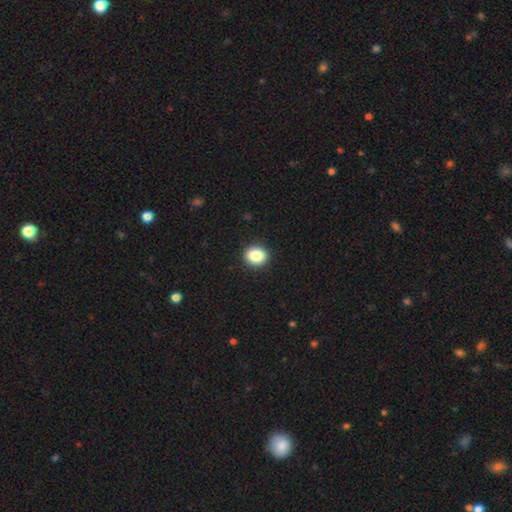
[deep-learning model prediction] A smooth galaxy with no disk features (86%) that is round (70%).

Vote fractions:
- Smooth or featured? smooth: 86% / star or artifact: 9% / featured or disk: 5%
- How rounded? round: 70% / in between: 29% / cigar-shaped: 1%
- Merging? none: 92% / minor disturbance: 5% / major disturbance: 2% / merger: 1%